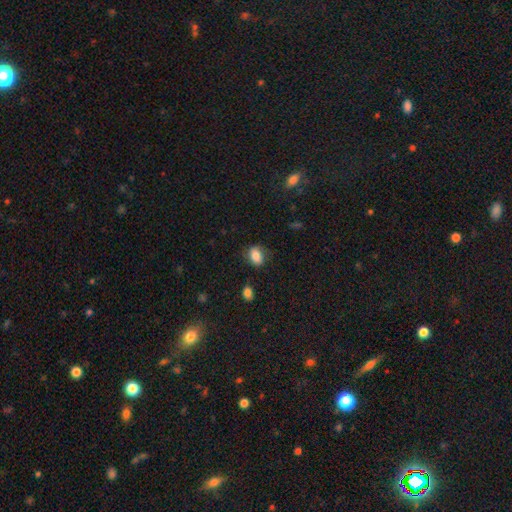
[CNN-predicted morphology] smooth 79%, featured or disk 12%, star or artifact 9%. Down the decision tree: how rounded — in between (69%); merging — none (71%).